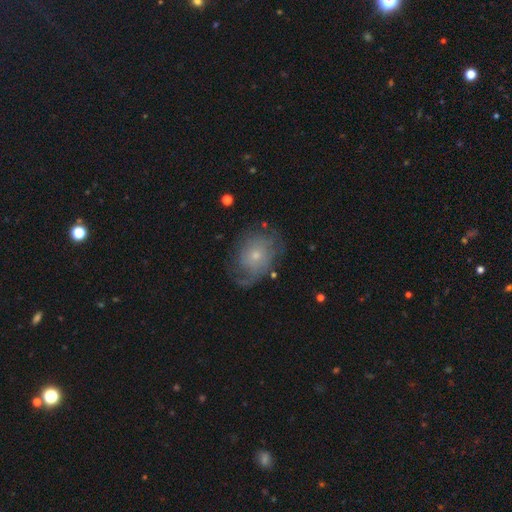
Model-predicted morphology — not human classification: type=featured or disk (58%); edge-on=no (96%); bar=no (83%); spiral arms=yes (76%); bulge=small (71%); merging=none (56%).